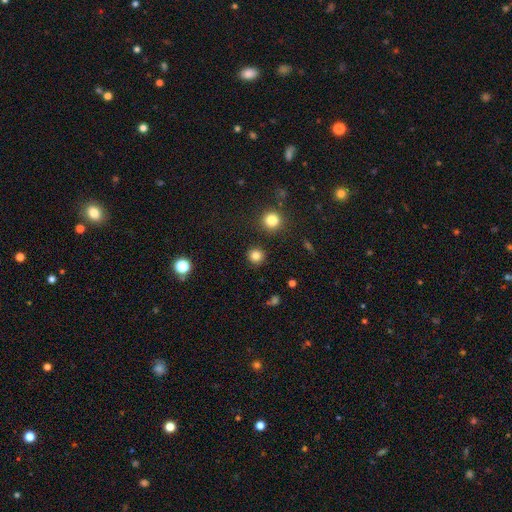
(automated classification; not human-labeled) Overall: smooth (82%). How rounded: round (94%). Merging: none (90%).